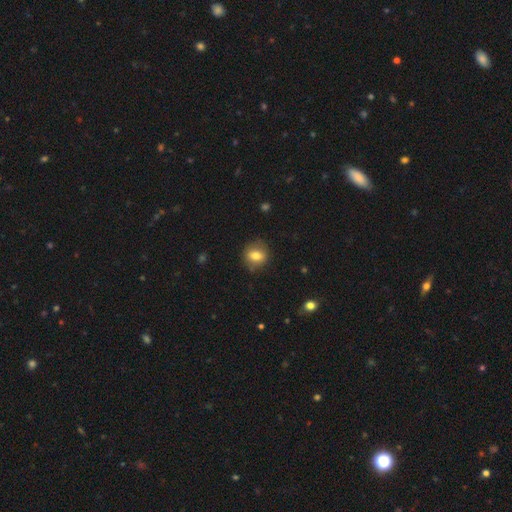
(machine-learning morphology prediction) smooth-or-featured: smooth: 77% | featured or disk: 14% | star or artifact: 9%
  how-rounded: round: 63% | in between: 36% | cigar-shaped: 1%
  merging: none: 79% | minor disturbance: 15% | major disturbance: 5% | merger: 1%